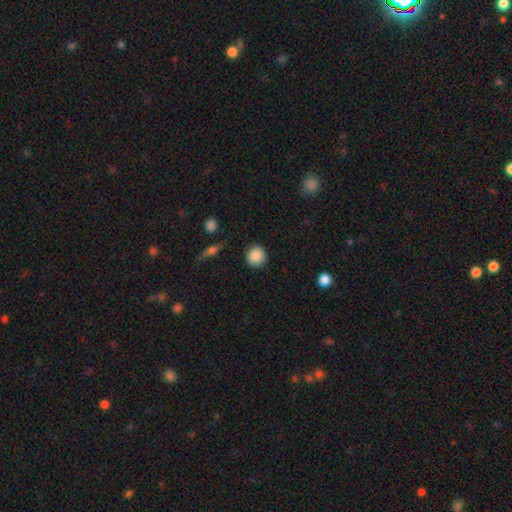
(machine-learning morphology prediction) smooth-or-featured: smooth: 87% | star or artifact: 8% | featured or disk: 5%
  how-rounded: round: 92% | in between: 7% | cigar-shaped: 1%
  merging: none: 89% | minor disturbance: 7% | major disturbance: 2% | merger: 2%